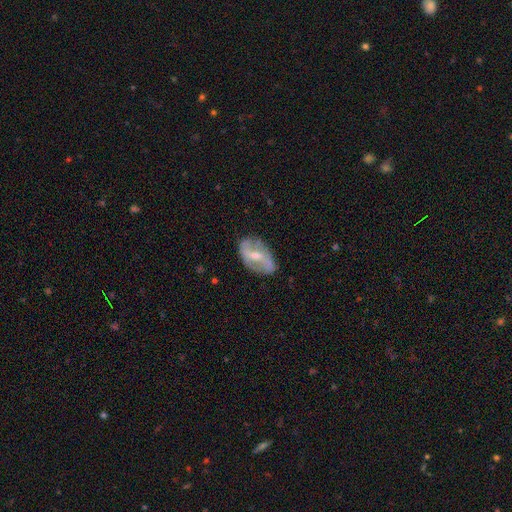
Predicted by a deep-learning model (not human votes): featured or disk 71%, smooth 23%, star or artifact 6%. Down the decision tree: edge-on disk — no (93%); bar — strong (43%); spiral arms — yes (65%); bulge size — moderate (53%); merging — none (74%).